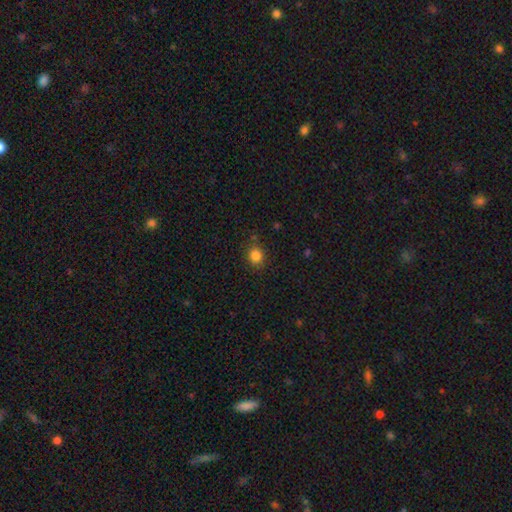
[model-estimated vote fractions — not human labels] smooth_or_featured: smooth (p=0.83) [alt: star or artifact p=0.12]
how_rounded: round (p=0.75) [alt: in between p=0.24]
merging: none (p=0.82) [alt: minor disturbance p=0.12]